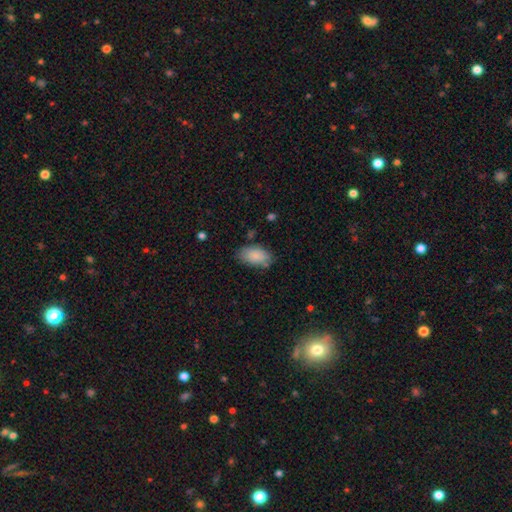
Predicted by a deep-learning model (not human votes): smooth_or_featured: smooth (p=0.87) [alt: featured or disk p=0.07]
how_rounded: in between (p=0.94) [alt: round p=0.04]
merging: none (p=0.75) [alt: minor disturbance p=0.17]